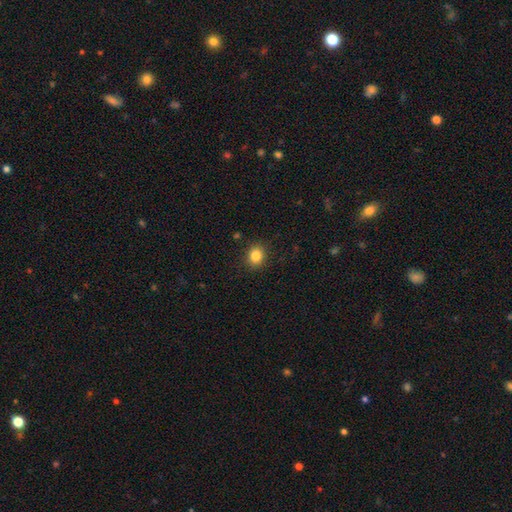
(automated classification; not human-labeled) A smooth galaxy with no disk features (84%) that is round (69%).

Vote fractions:
- Smooth or featured? smooth: 84% / star or artifact: 11% / featured or disk: 5%
- How rounded? round: 69% / in between: 30% / cigar-shaped: 1%
- Merging? none: 89% / minor disturbance: 8% / major disturbance: 2% / merger: 1%